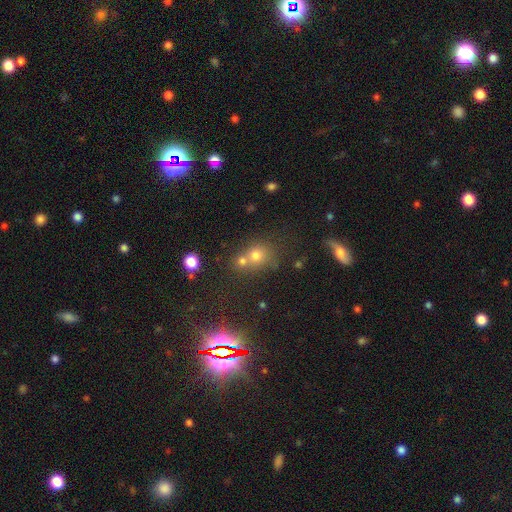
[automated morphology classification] Smooth or featured: smooth — 68% (star or artifact — 20%)
How rounded: round — 80% (in between — 19%)
Merging: merger — 45% (none — 43%)